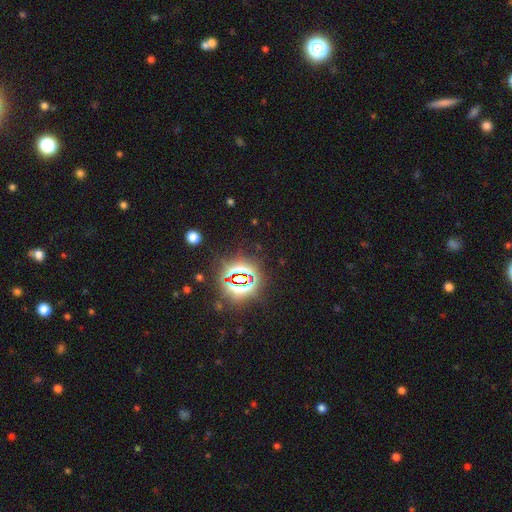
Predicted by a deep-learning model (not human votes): smooth-or-featured: star or artifact: 82% | smooth: 11% | featured or disk: 7%